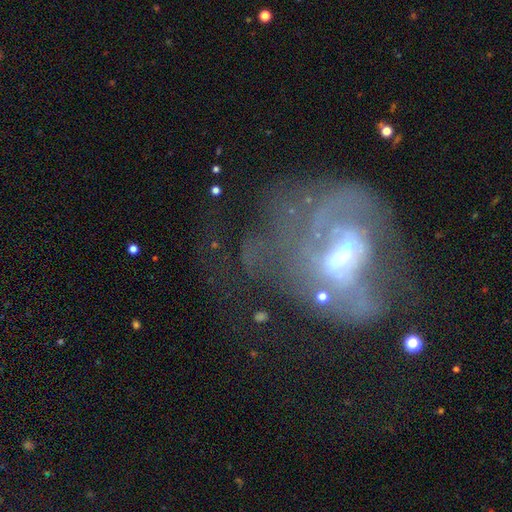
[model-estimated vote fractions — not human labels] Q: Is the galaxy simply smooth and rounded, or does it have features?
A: featured or disk — 71%.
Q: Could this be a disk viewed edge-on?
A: no — 95%.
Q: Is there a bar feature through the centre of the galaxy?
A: weak — 40%.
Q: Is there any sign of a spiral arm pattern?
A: yes — 55%.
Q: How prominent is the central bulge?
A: moderate — 52%.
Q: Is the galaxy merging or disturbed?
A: major disturbance — 46%.